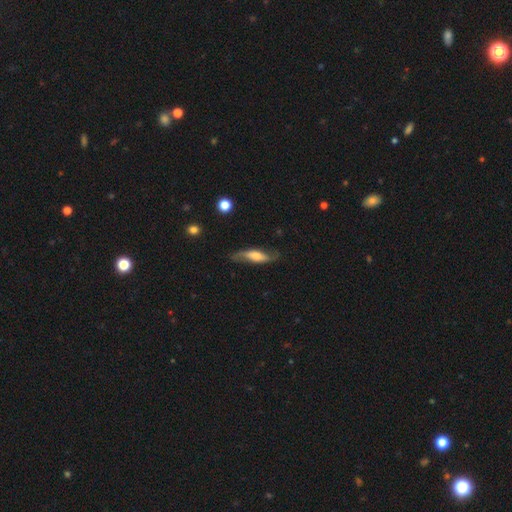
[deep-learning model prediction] Smooth or featured?
  - featured or disk: 60% *
  - smooth: 33%
  - star or artifact: 6%
Edge-on disk?
  - no: 61% *
  - yes: 39%
Merging?
  - none: 67% *
  - minor disturbance: 22%
  - major disturbance: 9%
  - merger: 2%